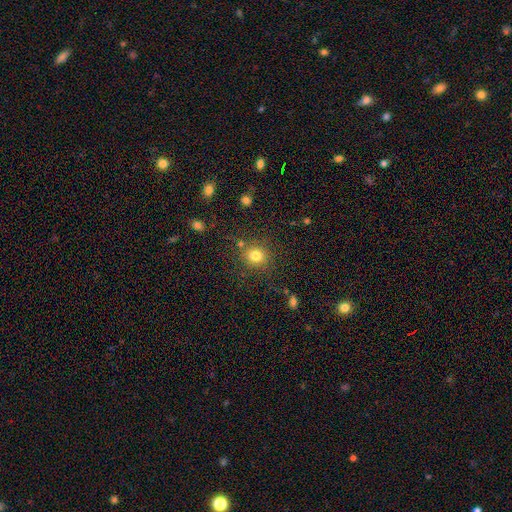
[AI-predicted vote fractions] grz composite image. It shows a smooth galaxy with no disk features (79%) that is round (86%). Merging: none (81%).